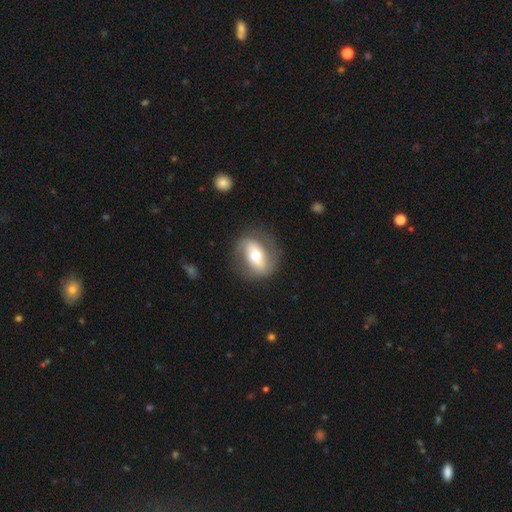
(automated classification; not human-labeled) This appears to be a featured or disk galaxy (62%) with a strong bar (45%), spiral arms (68%) and a moderate central bulge (68%). Merging: none (77%).